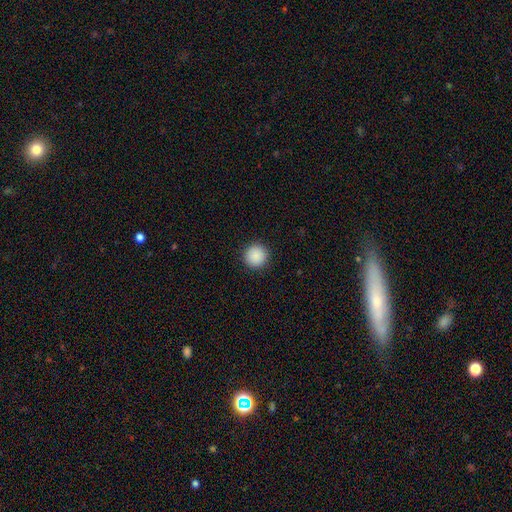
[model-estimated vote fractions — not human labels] The model was most divided on "smooth or featured": smooth: 89%, star or artifact: 8%, featured or disk: 3%. More confident: how rounded — round (95%); merging — none (93%).